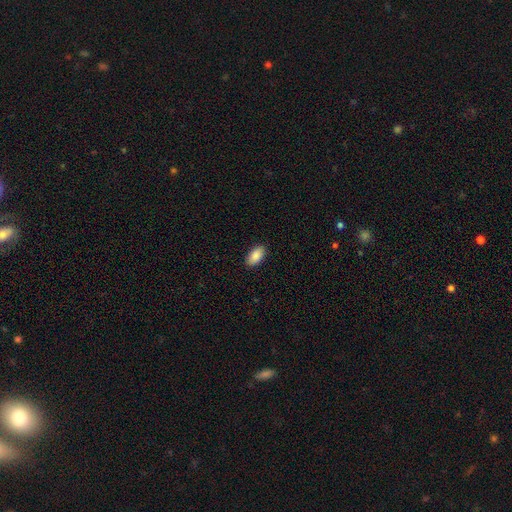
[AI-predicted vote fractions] A smooth galaxy with no disk features (89%) that is in between round and cigar-shaped (93%).

Vote fractions:
- Smooth or featured? smooth: 89% / star or artifact: 7% / featured or disk: 5%
- How rounded? in between: 93% / cigar-shaped: 4% / round: 3%
- Merging? none: 90% / minor disturbance: 8% / major disturbance: 2% / merger: 1%